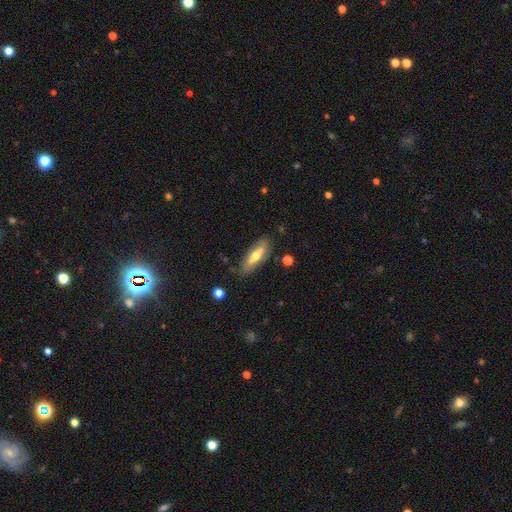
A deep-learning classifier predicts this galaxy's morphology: Smooth or featured? featured or disk (48%)
Merging? none (75%)